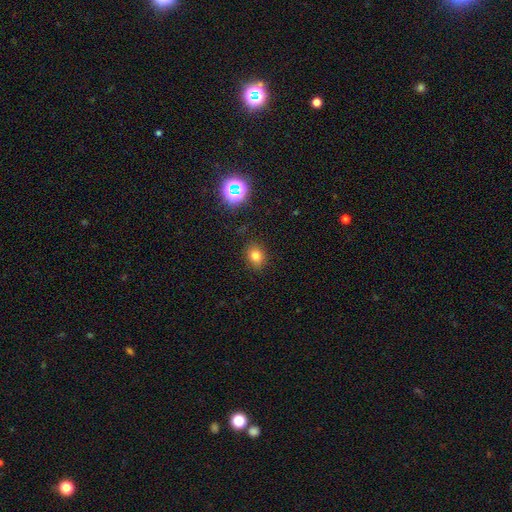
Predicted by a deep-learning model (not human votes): smooth-or-featured: smooth: 77% | star or artifact: 16% | featured or disk: 7%
  how-rounded: round: 56% | in between: 43% | cigar-shaped: 1%
  merging: none: 84% | minor disturbance: 11% | major disturbance: 3% | merger: 2%